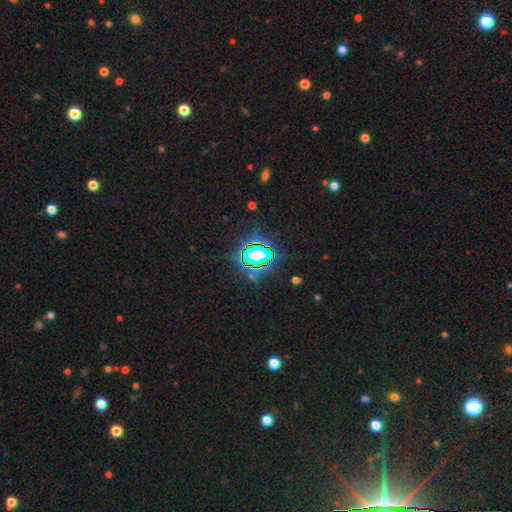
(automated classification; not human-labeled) smooth-or-featured: star or artifact: 75% | smooth: 14% | featured or disk: 11%